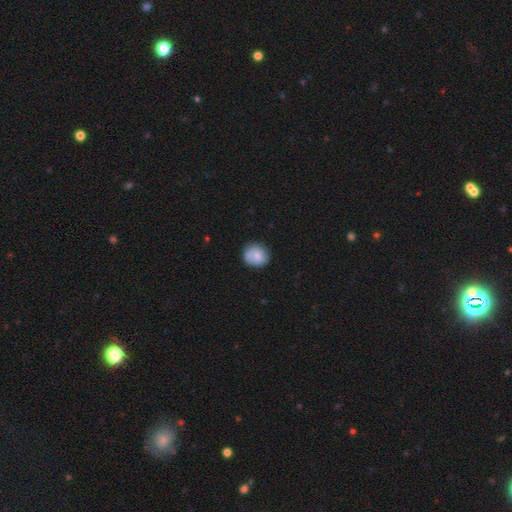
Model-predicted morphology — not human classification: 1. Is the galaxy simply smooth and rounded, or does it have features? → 75% smooth, 18% featured or disk, 7% star or artifact.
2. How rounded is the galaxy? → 83% round, 16% in between, 1% cigar-shaped.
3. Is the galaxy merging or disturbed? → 75% none, 17% minor disturbance, 4% major disturbance, 3% merger.